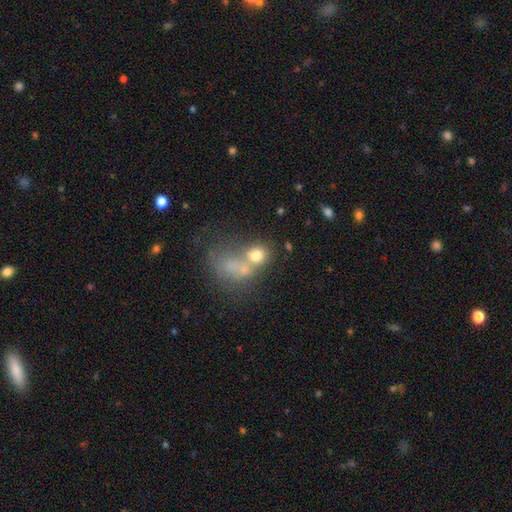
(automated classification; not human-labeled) A smooth galaxy with no disk features (68%) that is round (58%).

Vote fractions:
- Smooth or featured? smooth: 68% / featured or disk: 18% / star or artifact: 14%
- How rounded? round: 58% / in between: 40% / cigar-shaped: 2%
- Merging? merger: 50% / none: 28% / major disturbance: 12% / minor disturbance: 10%